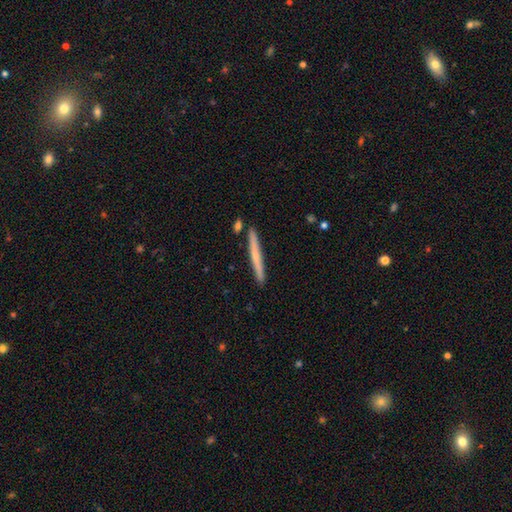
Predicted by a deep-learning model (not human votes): This appears to be a smooth galaxy with no disk features (52%) that is cigar-shaped (97%). Merging: none (88%).